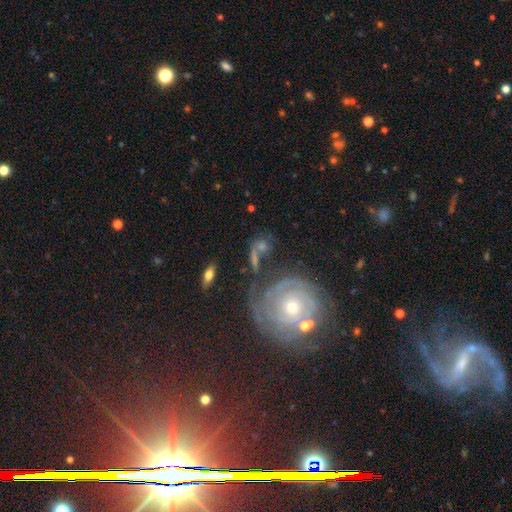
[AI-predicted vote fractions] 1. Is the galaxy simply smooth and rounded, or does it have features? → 59% featured or disk, 27% smooth, 14% star or artifact.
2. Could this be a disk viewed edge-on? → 91% no, 9% yes.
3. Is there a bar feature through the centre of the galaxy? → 71% no, 20% weak, 8% strong.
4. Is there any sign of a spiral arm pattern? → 80% yes, 20% no.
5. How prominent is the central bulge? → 48% small, 39% moderate, 5% none, 5% large, 2% dominant.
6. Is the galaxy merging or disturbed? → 51% none, 18% minor disturbance, 17% merger, 14% major disturbance.